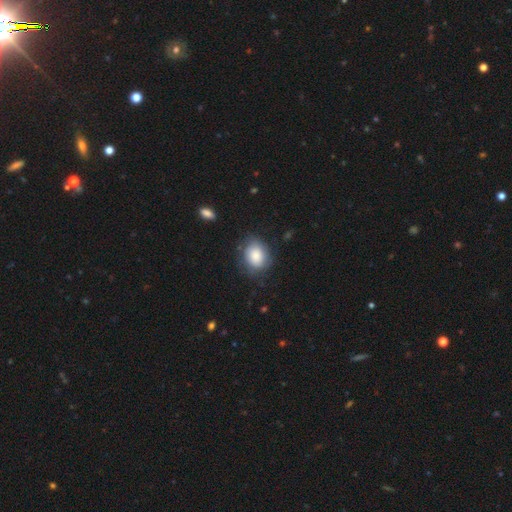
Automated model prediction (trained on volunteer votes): Smooth or featured: smooth — 81% (featured or disk — 11%)
How rounded: in between — 51% (round — 48%)
Merging: none — 73% (minor disturbance — 19%)